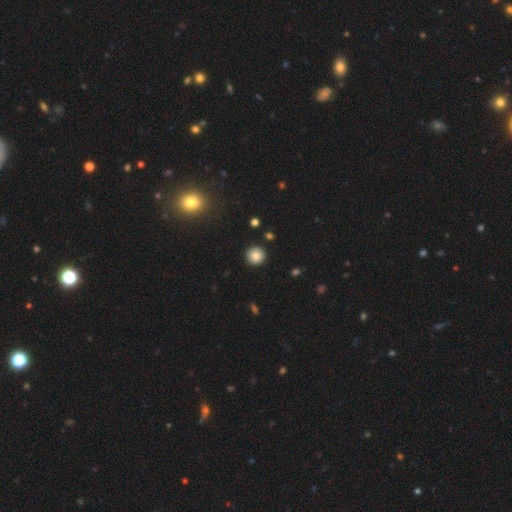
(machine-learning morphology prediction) smooth 82%, star or artifact 10%, featured or disk 8%. Down the decision tree: how rounded — round (94%); merging — none (91%).